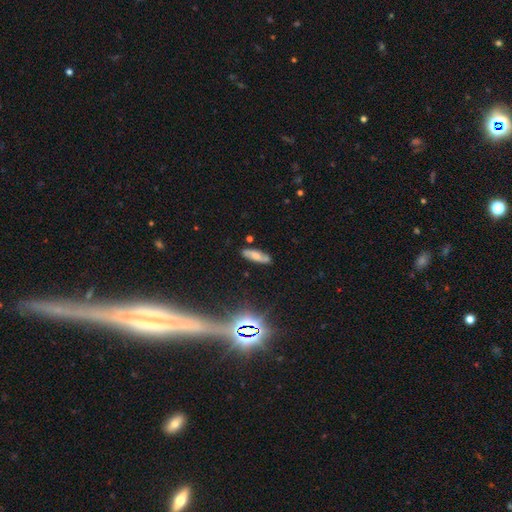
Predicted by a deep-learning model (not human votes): Morphology: type=smooth (47%); merging=none (80%).